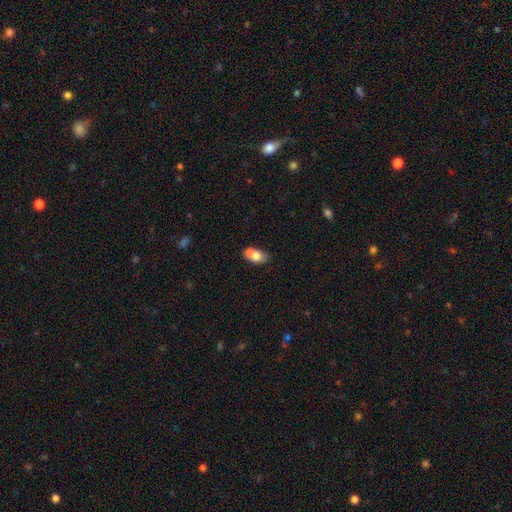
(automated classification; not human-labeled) A smooth galaxy with no disk features (71%) that is in between round and cigar-shaped (78%). Merging: merger (54%).